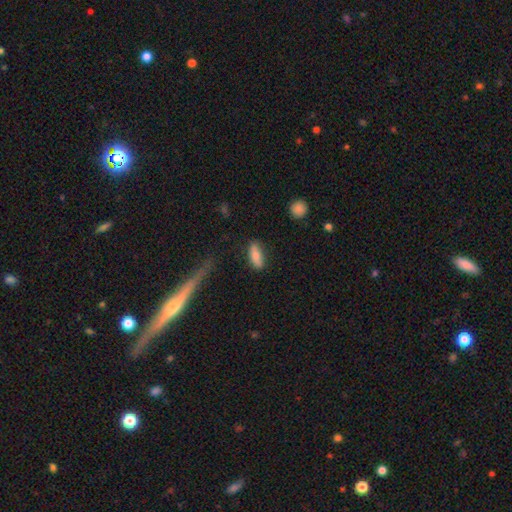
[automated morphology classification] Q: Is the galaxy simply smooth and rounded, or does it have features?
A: smooth — 76%.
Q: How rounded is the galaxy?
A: in between — 68%.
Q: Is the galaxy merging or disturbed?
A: none — 82%.